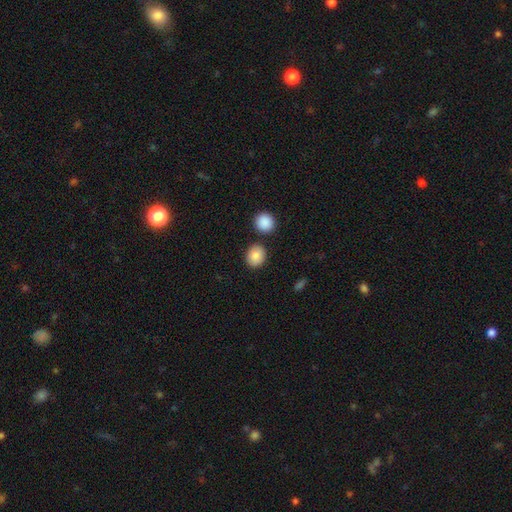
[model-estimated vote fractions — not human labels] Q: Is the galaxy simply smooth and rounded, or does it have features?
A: smooth — 87%.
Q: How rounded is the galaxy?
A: round — 67%.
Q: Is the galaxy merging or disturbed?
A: none — 81%.